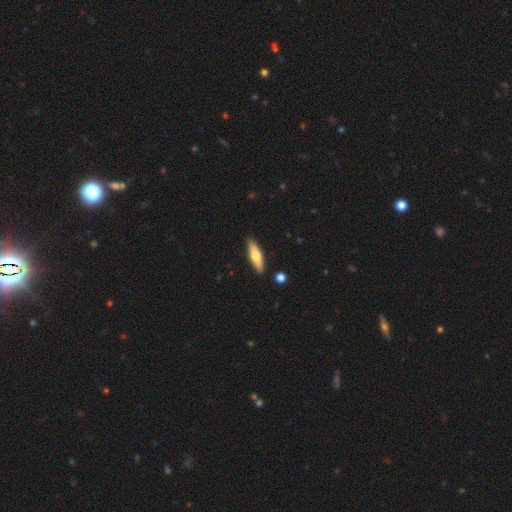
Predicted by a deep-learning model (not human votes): smooth_or_featured: smooth (p=0.56) [alt: featured or disk p=0.38]
how_rounded: cigar-shaped (p=0.60) [alt: in between p=0.38]
merging: none (p=0.89) [alt: minor disturbance p=0.08]